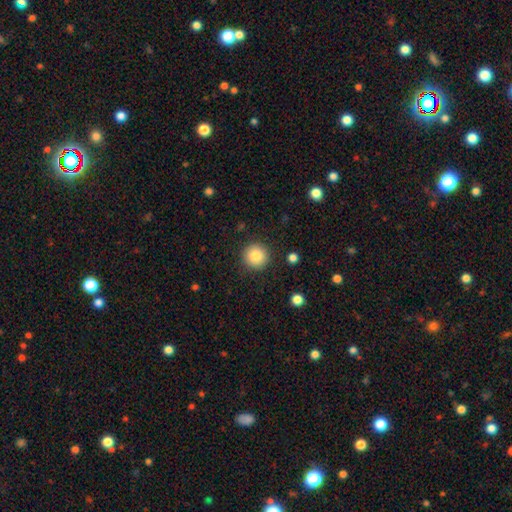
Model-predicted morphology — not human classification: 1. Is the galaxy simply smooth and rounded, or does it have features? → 85% smooth, 9% star or artifact, 6% featured or disk.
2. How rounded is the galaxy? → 95% round, 4% in between, 1% cigar-shaped.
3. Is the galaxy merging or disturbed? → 91% none, 6% minor disturbance, 2% major disturbance, 1% merger.